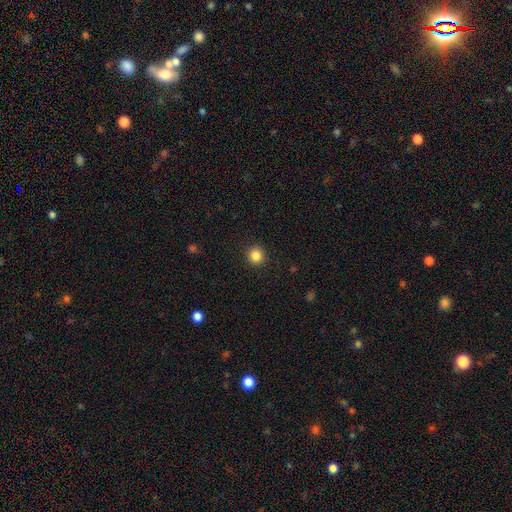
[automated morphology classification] Q: Smooth or featured?
A: smooth (85%); runner-up: star or artifact (11%)
Q: How rounded?
A: round (93%); runner-up: in between (7%)
Q: Merging?
A: none (92%); runner-up: minor disturbance (5%)